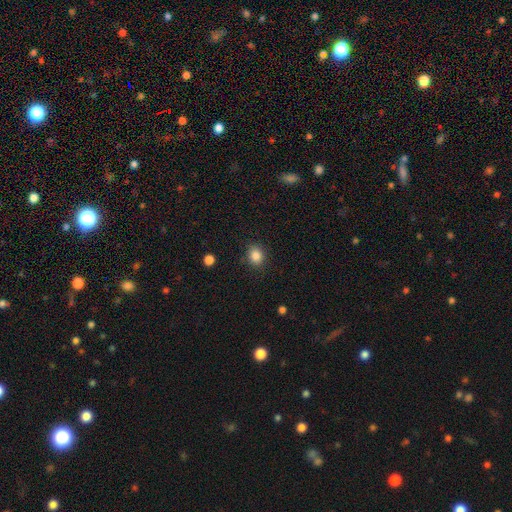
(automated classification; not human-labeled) Smooth or featured: smooth — 85% (star or artifact — 10%)
How rounded: round — 61% (in between — 38%)
Merging: none — 86% (minor disturbance — 9%)